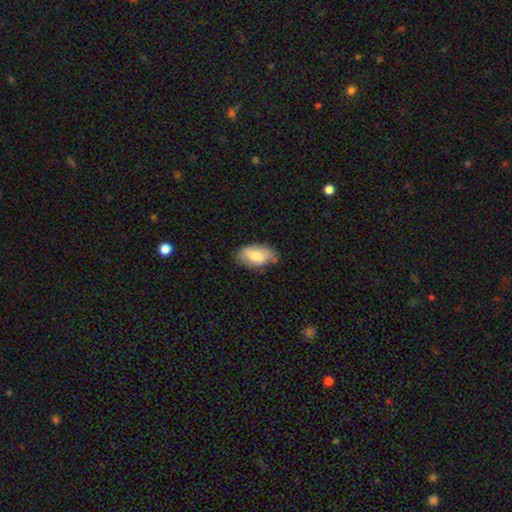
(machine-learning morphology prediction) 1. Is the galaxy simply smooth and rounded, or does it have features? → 72% smooth, 22% featured or disk, 6% star or artifact.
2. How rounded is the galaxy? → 93% in between, 4% round, 3% cigar-shaped.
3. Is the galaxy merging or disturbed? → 63% none, 29% minor disturbance, 6% major disturbance, 2% merger.